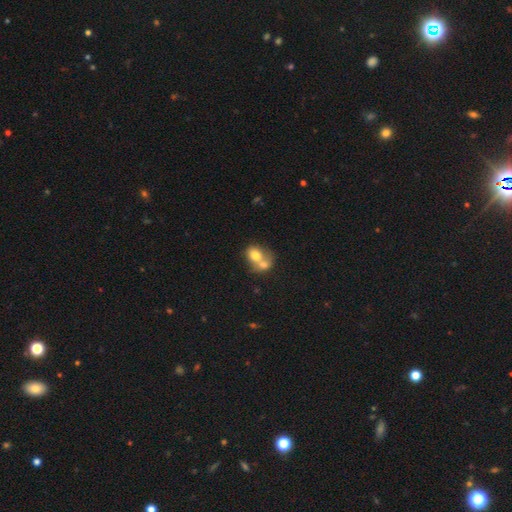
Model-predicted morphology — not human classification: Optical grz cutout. It shows a smooth galaxy with no disk features (70%) that is round (50%). Merging: merger (74%).